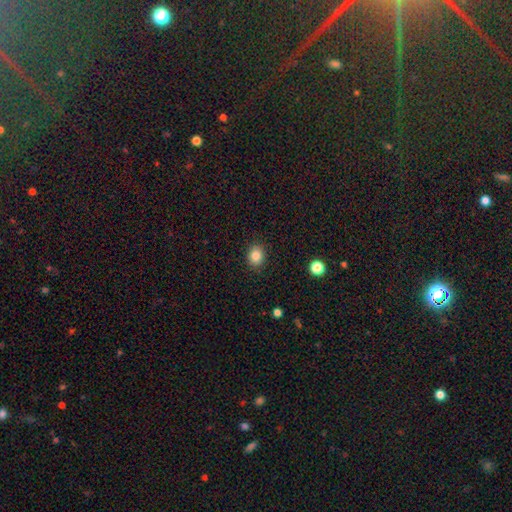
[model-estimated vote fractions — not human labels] Smooth or featured? smooth (84%)
How rounded? round (59%)
Merging? none (89%)